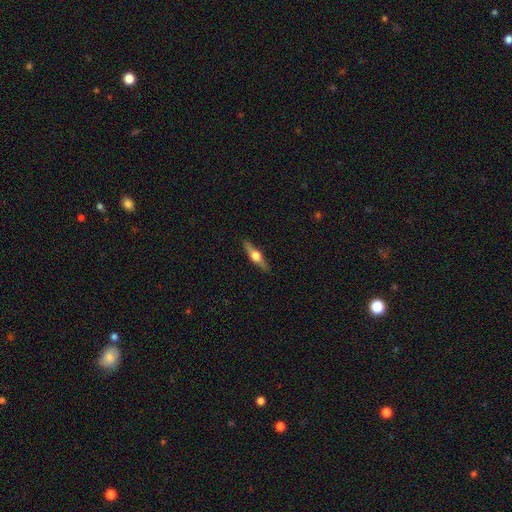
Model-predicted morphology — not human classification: This is likely a featured or disk galaxy (66%). It is clearly viewed edge-on (96%). Edge-on bulge: clearly rounded (95%). Merging: clearly none (89%).